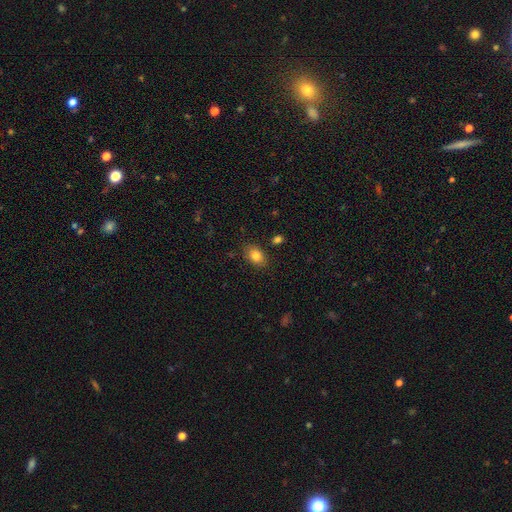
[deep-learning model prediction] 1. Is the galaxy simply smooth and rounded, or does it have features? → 83% smooth, 9% star or artifact, 8% featured or disk.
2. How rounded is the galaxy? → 78% in between, 20% round, 1% cigar-shaped.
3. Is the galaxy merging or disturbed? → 83% none, 12% minor disturbance, 3% major disturbance, 2% merger.